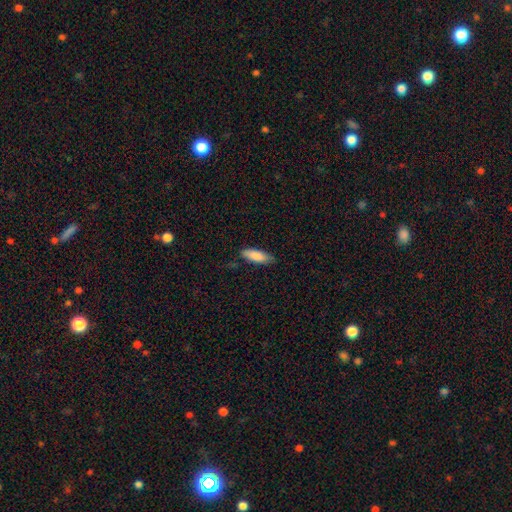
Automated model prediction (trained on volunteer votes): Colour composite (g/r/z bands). It shows a smooth galaxy with no disk features (86%) that is in between round and cigar-shaped (58%). Merging: none (79%).